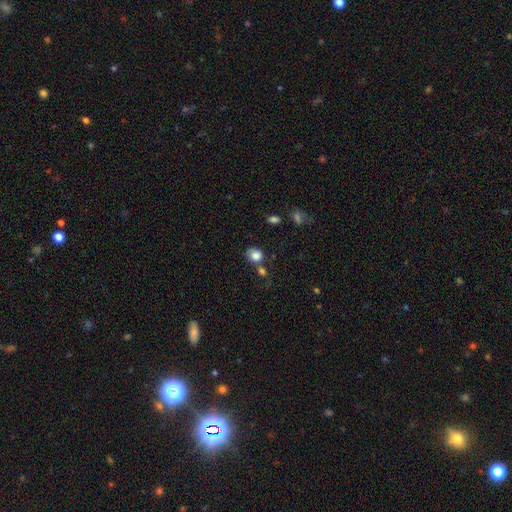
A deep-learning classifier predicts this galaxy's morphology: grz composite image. It shows a smooth galaxy with no disk features (83%) that is round (65%). Merging: none (55%).